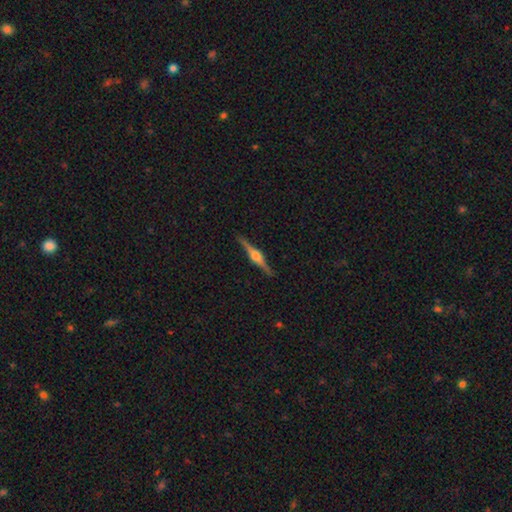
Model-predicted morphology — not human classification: Smooth or featured: featured or disk — 84% (smooth — 11%)
Edge-on disk: yes — 98% (no — 2%)
Edge-on bulge: rounded — 92% (boxy — 6%)
Merging: none — 91% (minor disturbance — 7%)